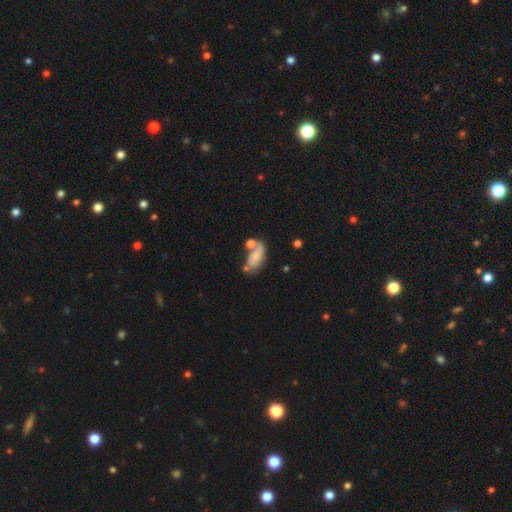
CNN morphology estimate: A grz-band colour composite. It shows a smooth galaxy with no disk features (45%, tied with featured or disk). Merging: none (31%, tied with merger).